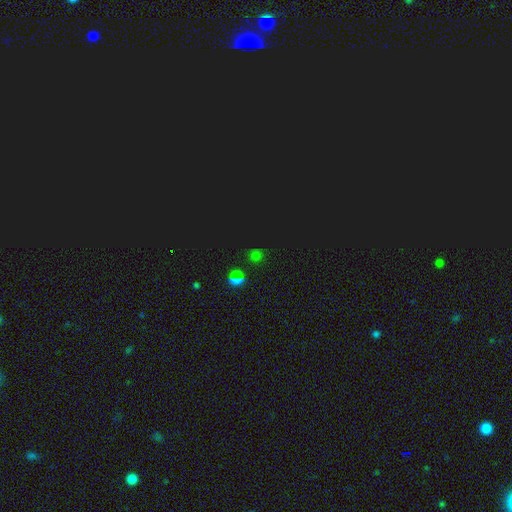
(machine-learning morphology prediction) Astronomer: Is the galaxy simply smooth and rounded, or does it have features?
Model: star or artifact — 55% (runner-up: smooth, 40%).